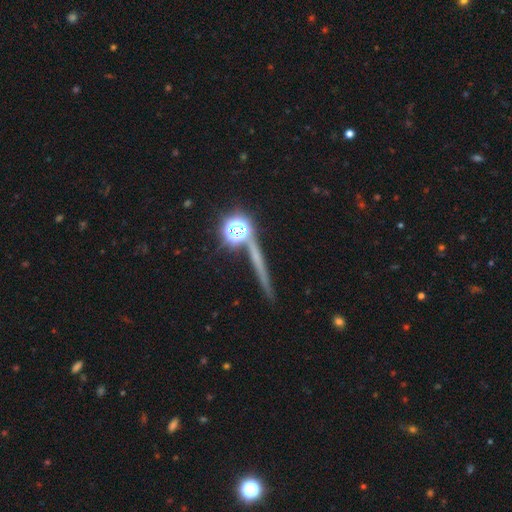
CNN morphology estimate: star or artifact 36%, featured or disk 32%, smooth 32%.